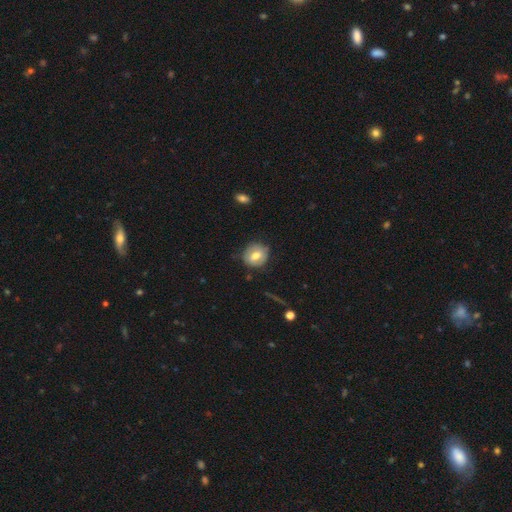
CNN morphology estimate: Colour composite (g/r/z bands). It shows a smooth galaxy with no disk features (68%) that is round (77%). Merging: none (79%).